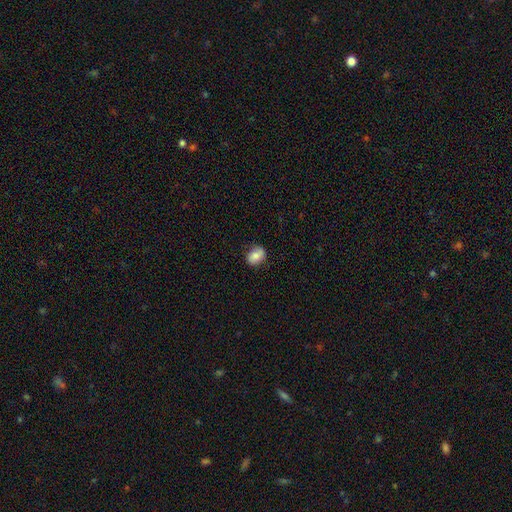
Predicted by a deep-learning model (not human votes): A smooth galaxy with no disk features (76%) that is in between round and cigar-shaped (58%).

Vote fractions:
- Smooth or featured? smooth: 76% / featured or disk: 15% / star or artifact: 8%
- How rounded? in between: 58% / round: 41% / cigar-shaped: 1%
- Merging? none: 75% / minor disturbance: 19% / major disturbance: 4% / merger: 1%